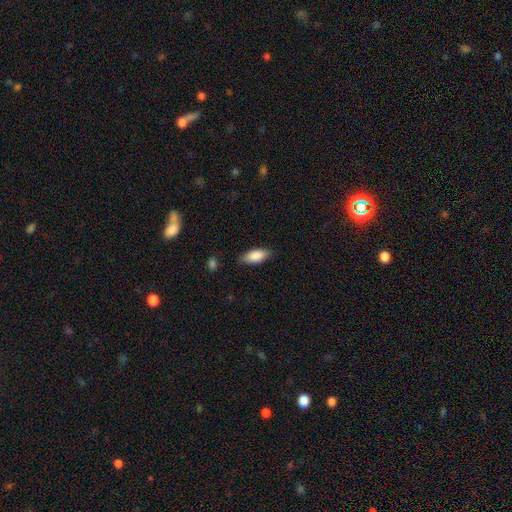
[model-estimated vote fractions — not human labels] Smooth or featured: smooth — 87% (featured or disk — 7%)
How rounded: in between — 84% (cigar-shaped — 14%)
Merging: none — 84% (minor disturbance — 12%)